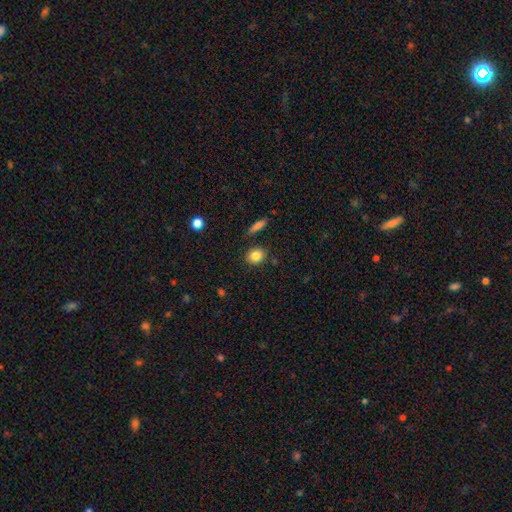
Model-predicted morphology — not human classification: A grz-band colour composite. It shows a smooth galaxy with no disk features (84%) that is round (73%). Merging: none (85%).